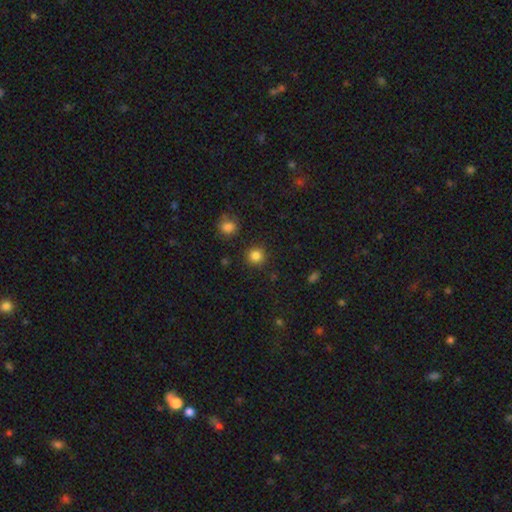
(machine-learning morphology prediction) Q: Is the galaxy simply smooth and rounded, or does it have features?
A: smooth — 84%.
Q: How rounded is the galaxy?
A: round — 92%.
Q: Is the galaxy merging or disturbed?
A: none — 89%.